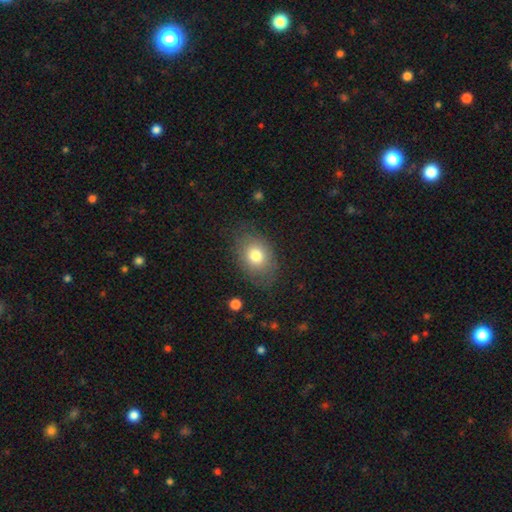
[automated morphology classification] type=smooth (76%); roundness=in between (66%); merging=none (75%).